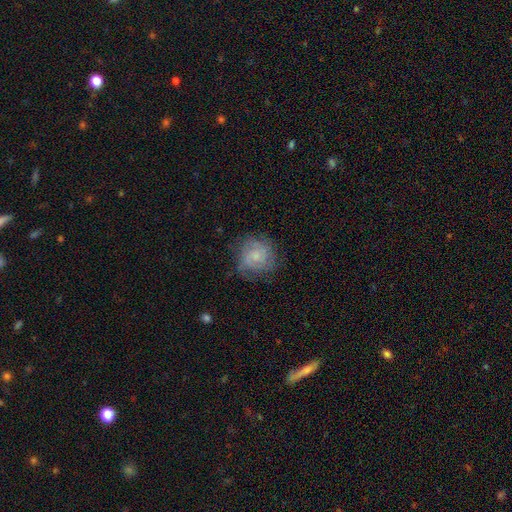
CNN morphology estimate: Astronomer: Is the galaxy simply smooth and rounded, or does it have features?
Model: featured or disk — 60%.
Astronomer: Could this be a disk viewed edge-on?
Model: no — 98%.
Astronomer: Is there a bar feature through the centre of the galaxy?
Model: no — 67%.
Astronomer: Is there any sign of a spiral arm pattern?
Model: yes — 89%.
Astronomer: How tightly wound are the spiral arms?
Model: tight — 55% (runner-up: medium, 34%).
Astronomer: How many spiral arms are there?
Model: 2 — 40% (runner-up: can't tell, 32%).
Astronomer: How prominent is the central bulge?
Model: small — 53%.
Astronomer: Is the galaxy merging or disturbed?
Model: none — 69%.